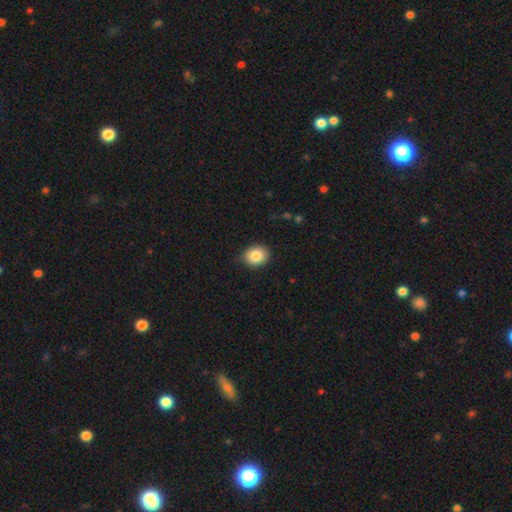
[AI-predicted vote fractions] Q: Smooth or featured?
A: smooth (84%); runner-up: star or artifact (9%)
Q: How rounded?
A: round (62%); runner-up: in between (37%)
Q: Merging?
A: none (84%); runner-up: minor disturbance (12%)